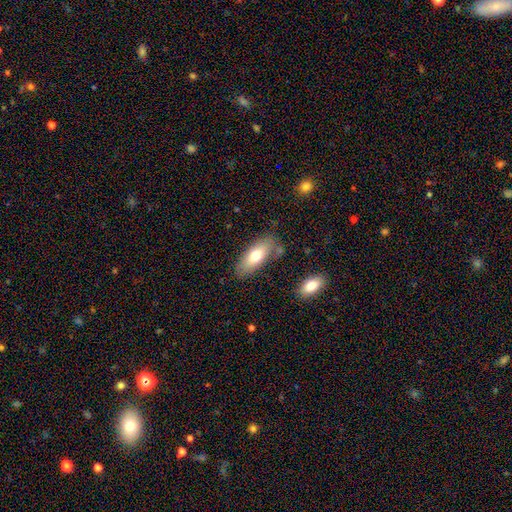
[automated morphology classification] This appears to be a smooth galaxy with no disk features (70%) that is in between round and cigar-shaped (74%). Merging: none (75%).